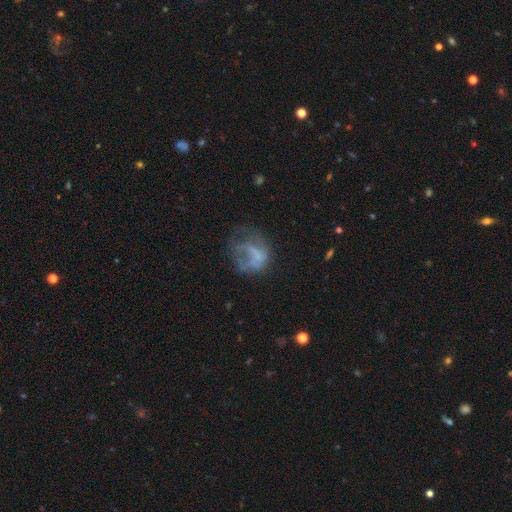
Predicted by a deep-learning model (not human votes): The model was most divided on "smooth or featured": featured or disk: 46%, smooth: 40%, star or artifact: 14%. Remaining: merging — major disturbance (42%).